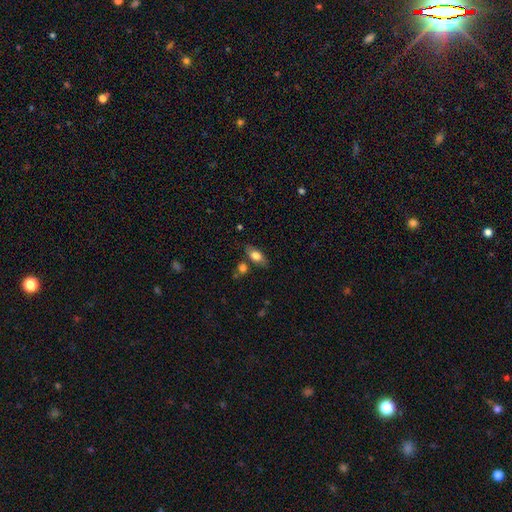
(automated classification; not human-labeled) smooth 78%, featured or disk 14%, star or artifact 8%. Down the decision tree: how rounded — in between (85%); merging — none (73%).